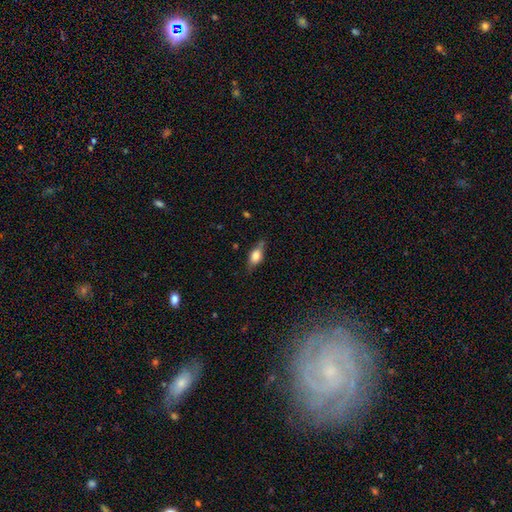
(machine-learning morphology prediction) type=smooth (68%); roundness=in between (79%); merging=none (65%).